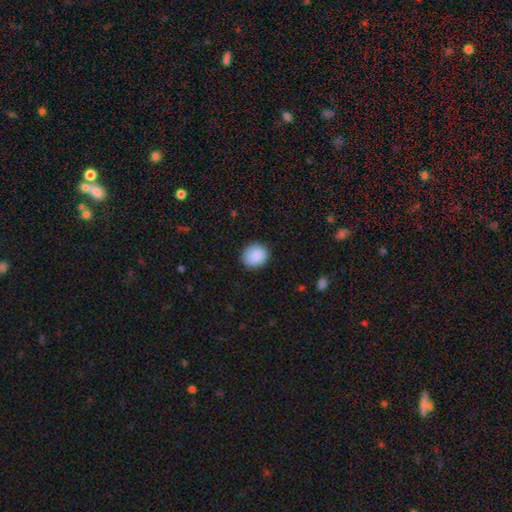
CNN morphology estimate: smooth_or_featured: smooth (p=0.88) [alt: star or artifact p=0.07]
how_rounded: round (p=0.75) [alt: in between p=0.25]
merging: none (p=0.85) [alt: minor disturbance p=0.11]